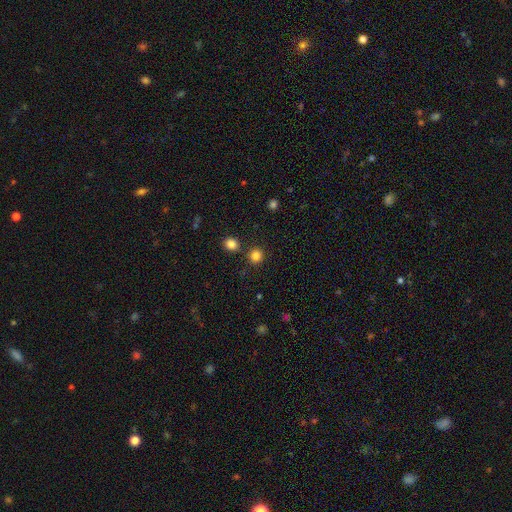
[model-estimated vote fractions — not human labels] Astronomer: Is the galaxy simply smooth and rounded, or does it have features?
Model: smooth — 84%.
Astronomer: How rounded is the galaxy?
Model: round — 91%.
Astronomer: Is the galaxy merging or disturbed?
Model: none — 84%.